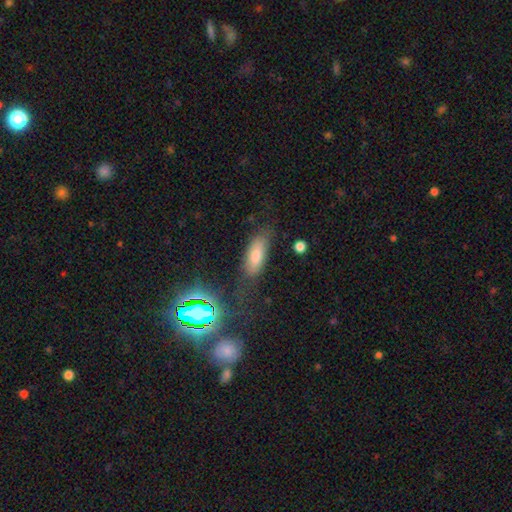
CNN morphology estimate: Smooth or featured?
  - smooth: 67% *
  - star or artifact: 17%
  - featured or disk: 17%
How rounded?
  - in between: 72% *
  - cigar-shaped: 25%
  - round: 3%
Merging?
  - none: 73% *
  - minor disturbance: 18%
  - major disturbance: 7%
  - merger: 3%